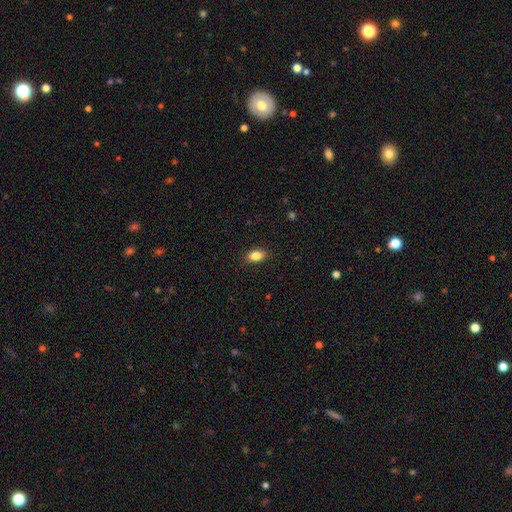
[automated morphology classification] The model was most divided on "smooth or featured": smooth: 85%, star or artifact: 8%, featured or disk: 7%. More confident: how rounded — in between (88%); merging — none (87%).